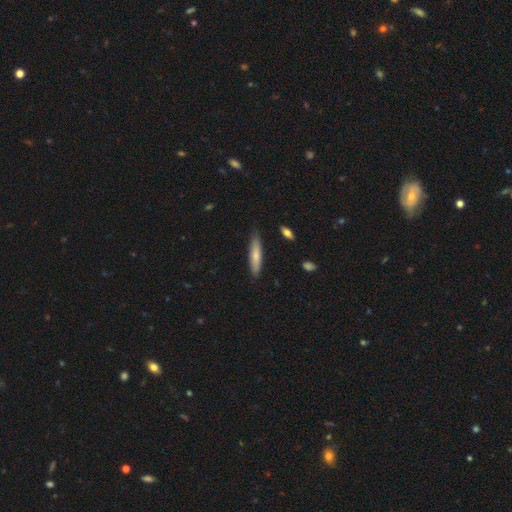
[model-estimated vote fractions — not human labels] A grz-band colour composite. It shows a smooth galaxy with no disk features (72%) that is cigar-shaped (82%). Merging: none (84%).